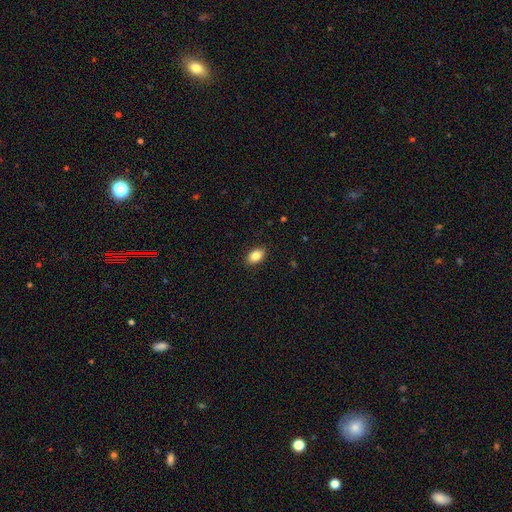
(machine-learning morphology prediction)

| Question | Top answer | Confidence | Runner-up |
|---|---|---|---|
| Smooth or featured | smooth | 86% | star or artifact (8%) |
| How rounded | in between | 87% | round (11%) |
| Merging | none | 89% | minor disturbance (8%) |